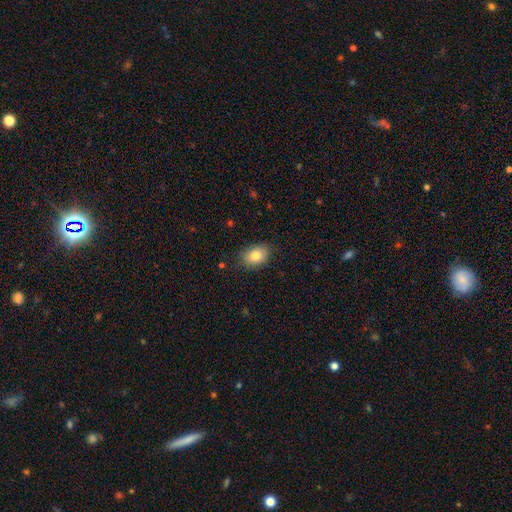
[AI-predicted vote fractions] Morphology: type=smooth (83%); roundness=in between (74%); merging=none (82%).